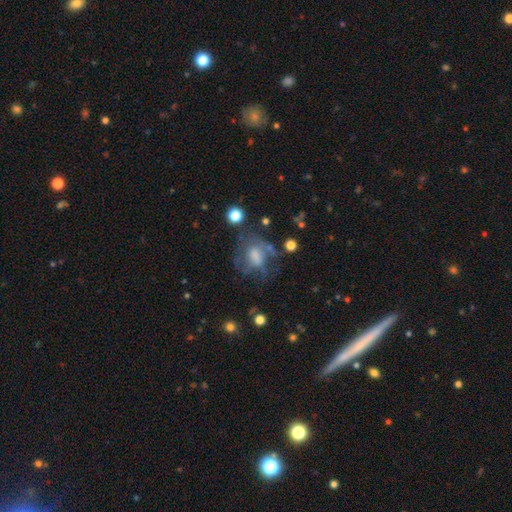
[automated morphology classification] Overall: featured or disk (46%; smooth 41%). Merging: none (43%; major disturbance 30%).